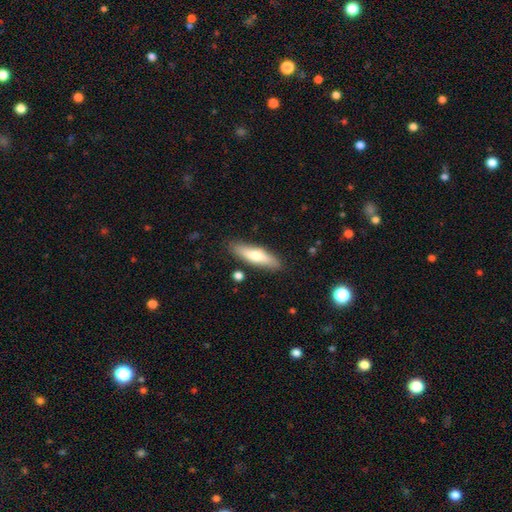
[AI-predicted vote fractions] Smooth or featured?
  - smooth: 66% *
  - featured or disk: 28%
  - star or artifact: 6%
How rounded?
  - cigar-shaped: 70% *
  - in between: 29%
  - round: 2%
Merging?
  - none: 84% *
  - minor disturbance: 11%
  - merger: 3%
  - major disturbance: 2%